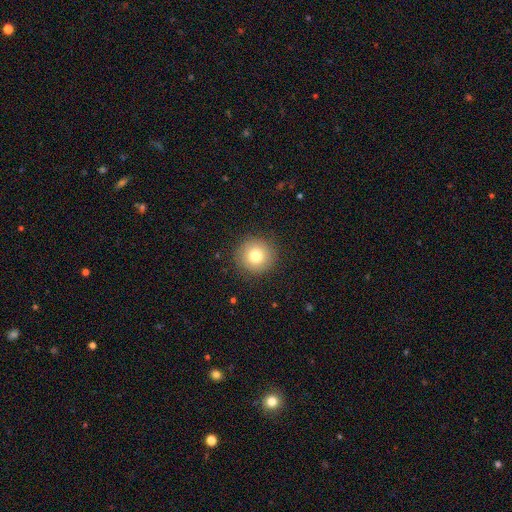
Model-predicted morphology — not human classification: This appears to be a smooth galaxy with no disk features (78%) that is round (95%). Merging: none (90%).